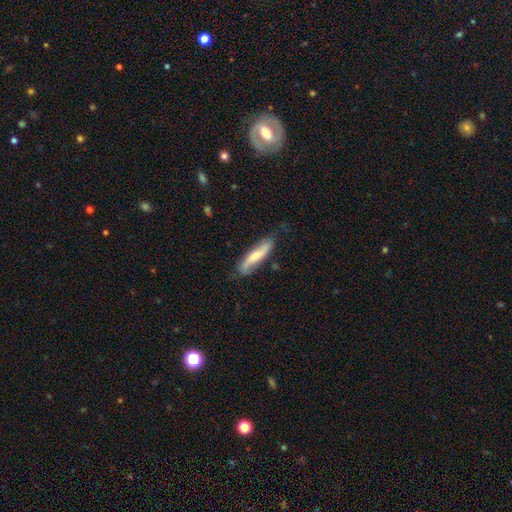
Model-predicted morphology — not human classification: Q: Smooth or featured?
A: smooth (50%); runner-up: featured or disk (44%)
Q: How rounded?
A: cigar-shaped (76%); runner-up: in between (22%)
Q: Merging?
A: none (70%); runner-up: minor disturbance (23%)